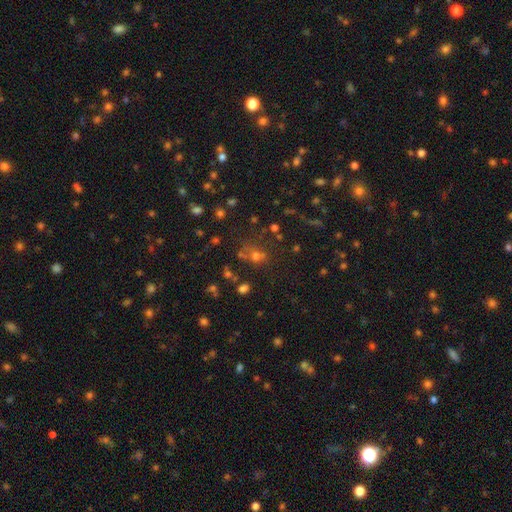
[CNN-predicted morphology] Smooth or featured: smooth — 49% (star or artifact — 40%)
Merging: none — 61% (merger — 19%)